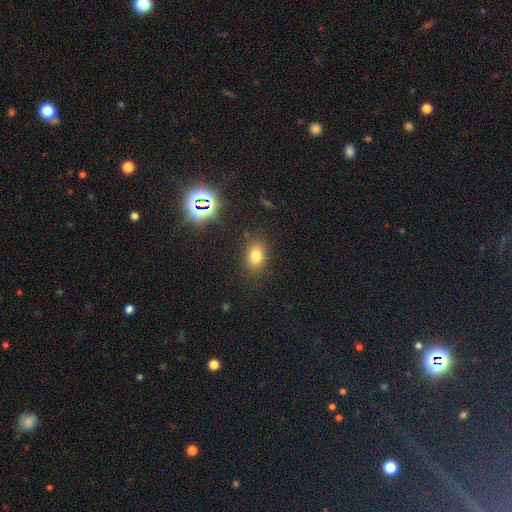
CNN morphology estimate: smooth 75%, star or artifact 16%, featured or disk 10%. Down the decision tree: how rounded — in between (80%); merging — none (84%).